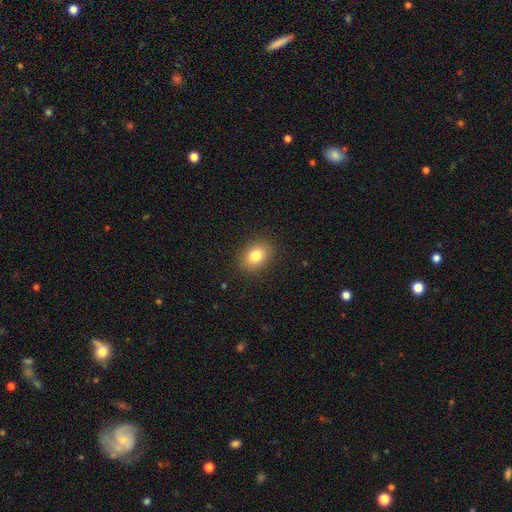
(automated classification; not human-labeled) Smooth or featured: smooth — 81% (star or artifact — 10%)
How rounded: in between — 68% (round — 31%)
Merging: none — 89% (minor disturbance — 8%)